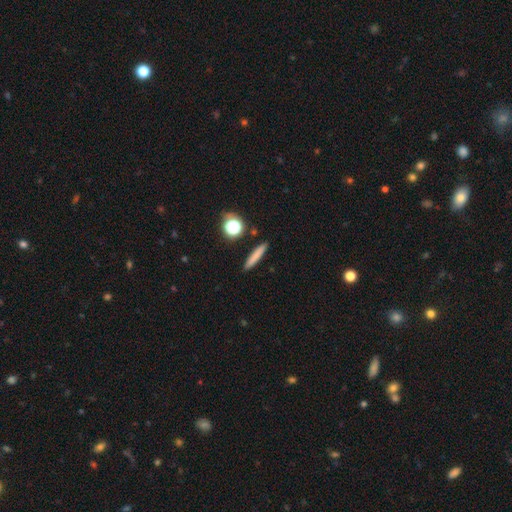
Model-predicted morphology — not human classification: Overall: smooth (76%). How rounded: cigar-shaped (89%). Merging: none (90%).